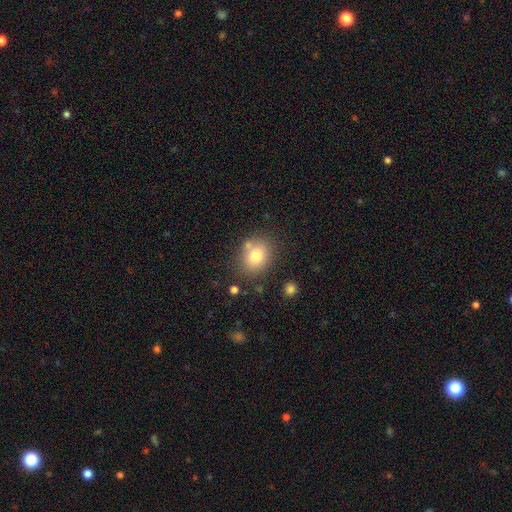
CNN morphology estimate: smooth-or-featured: smooth: 78% | featured or disk: 11% | star or artifact: 11%
  how-rounded: round: 57% | in between: 42% | cigar-shaped: 1%
  merging: none: 73% | minor disturbance: 14% | merger: 9% | major disturbance: 4%